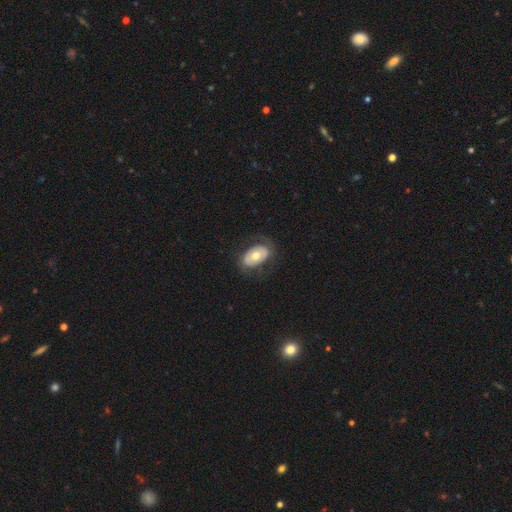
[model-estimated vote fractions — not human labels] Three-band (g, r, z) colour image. It shows a smooth galaxy with no disk features (50%). Merging: none (75%).